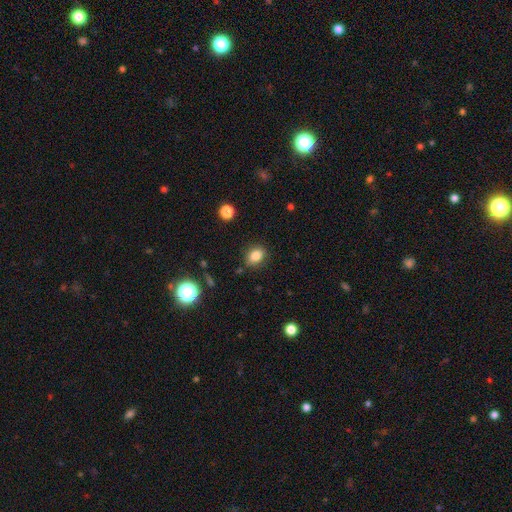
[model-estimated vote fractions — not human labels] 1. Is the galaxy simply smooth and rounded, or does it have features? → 83% smooth, 11% star or artifact, 6% featured or disk.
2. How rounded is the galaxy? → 59% in between, 40% round, 1% cigar-shaped.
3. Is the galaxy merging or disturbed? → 83% none, 12% minor disturbance, 3% major disturbance, 2% merger.